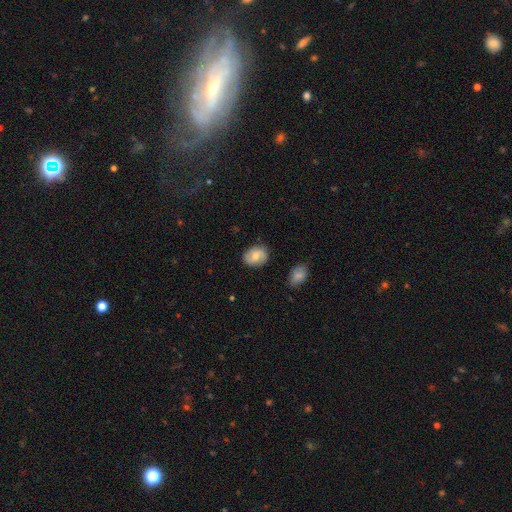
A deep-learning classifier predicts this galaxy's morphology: smooth-or-featured: smooth: 60% | featured or disk: 33% | star or artifact: 7%
  how-rounded: in between: 60% | round: 39% | cigar-shaped: 1%
  merging: none: 82% | minor disturbance: 14% | major disturbance: 3% | merger: 2%